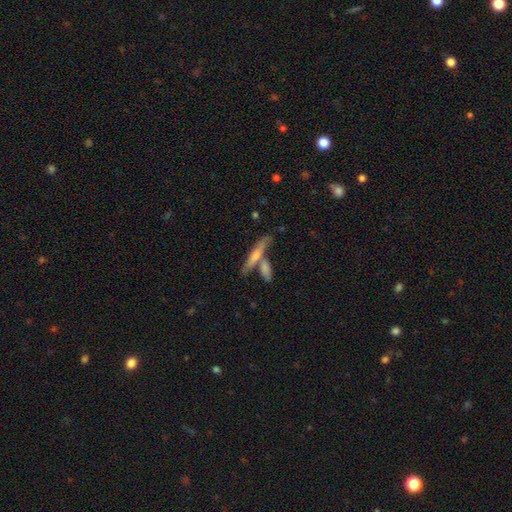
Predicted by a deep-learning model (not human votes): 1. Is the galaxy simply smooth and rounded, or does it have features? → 50% featured or disk, 43% smooth, 8% star or artifact.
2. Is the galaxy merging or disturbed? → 58% none, 26% merger, 12% minor disturbance, 4% major disturbance.